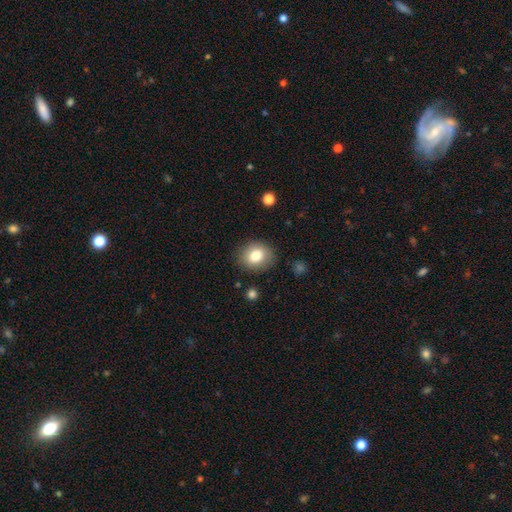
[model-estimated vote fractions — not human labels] This is clearly a smooth galaxy (81%). How rounded: likely round (64%). Merging: clearly none (85%).